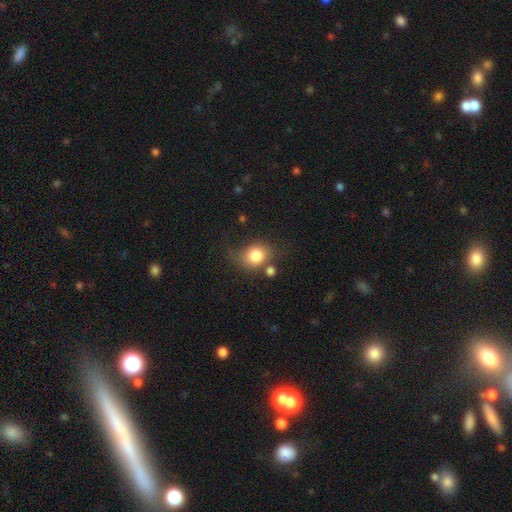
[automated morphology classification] Smooth or featured? Predicted: smooth (p=0.81). How rounded? Predicted: round (p=0.61). Merging? Predicted: none (p=0.55).